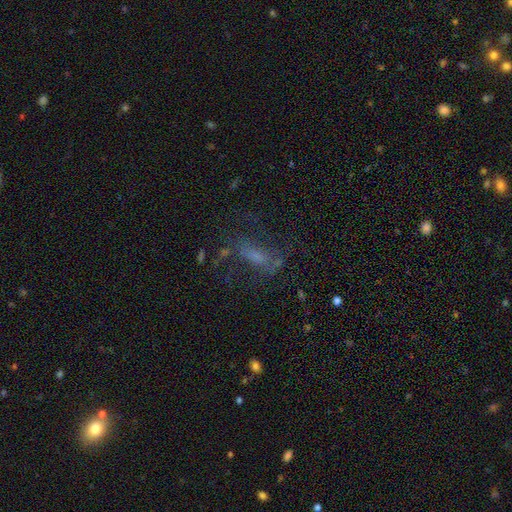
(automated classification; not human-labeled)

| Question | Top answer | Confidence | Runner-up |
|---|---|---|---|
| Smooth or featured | featured or disk | 43% | smooth (35%) |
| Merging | none | 50% | major disturbance (27%) |